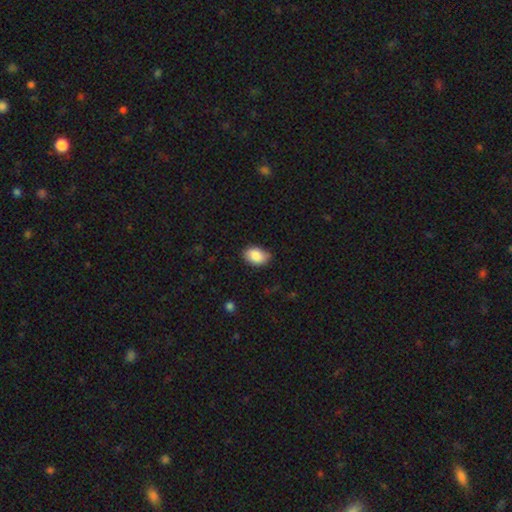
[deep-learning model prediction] Q: Smooth or featured?
A: smooth (86%); runner-up: featured or disk (7%)
Q: How rounded?
A: in between (85%); runner-up: round (14%)
Q: Merging?
A: none (75%); runner-up: minor disturbance (20%)